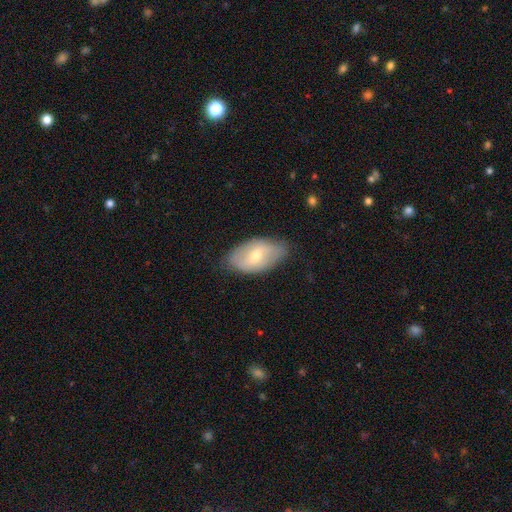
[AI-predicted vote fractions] smooth_or_featured: smooth (p=0.55) [alt: featured or disk p=0.39]
how_rounded: in between (p=0.93) [alt: round p=0.05]
merging: none (p=0.75) [alt: minor disturbance p=0.20]